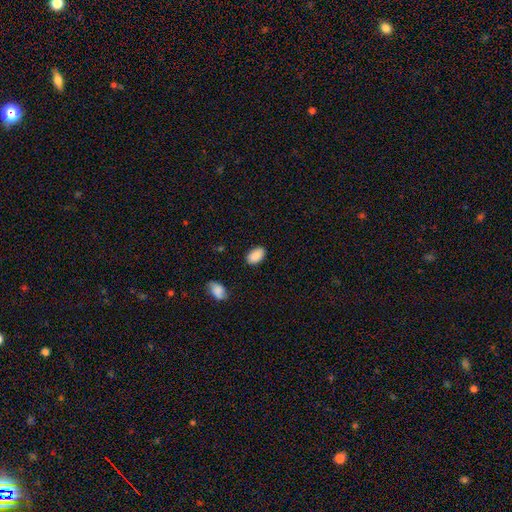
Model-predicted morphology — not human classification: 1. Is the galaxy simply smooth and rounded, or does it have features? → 89% smooth, 7% star or artifact, 4% featured or disk.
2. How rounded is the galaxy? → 92% in between, 7% round, 1% cigar-shaped.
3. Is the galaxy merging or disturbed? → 85% none, 11% minor disturbance, 2% major disturbance, 2% merger.